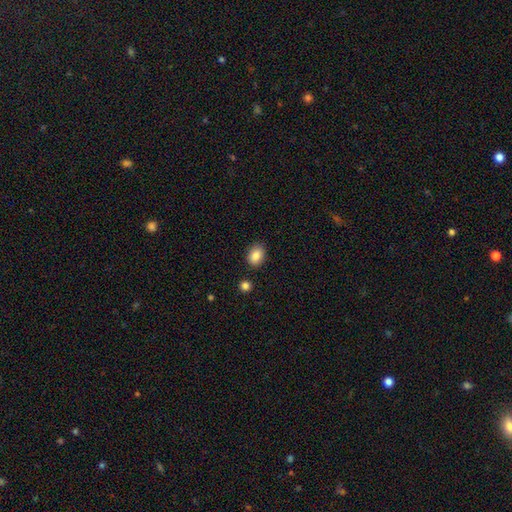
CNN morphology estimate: Q: Smooth or featured?
A: smooth (86%); runner-up: star or artifact (8%)
Q: How rounded?
A: in between (73%); runner-up: round (26%)
Q: Merging?
A: none (85%); runner-up: minor disturbance (10%)